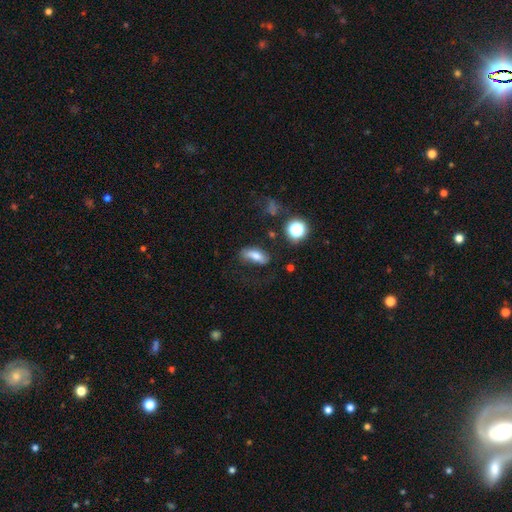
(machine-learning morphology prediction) Smooth or featured? smooth (64%)
How rounded? in between (74%)
Merging? none (57%)